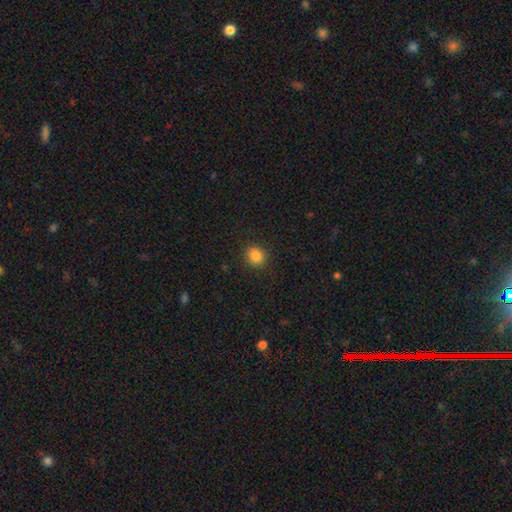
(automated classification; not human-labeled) smooth 84%, star or artifact 12%, featured or disk 5%. Down the decision tree: how rounded — round (79%); merging — none (83%).